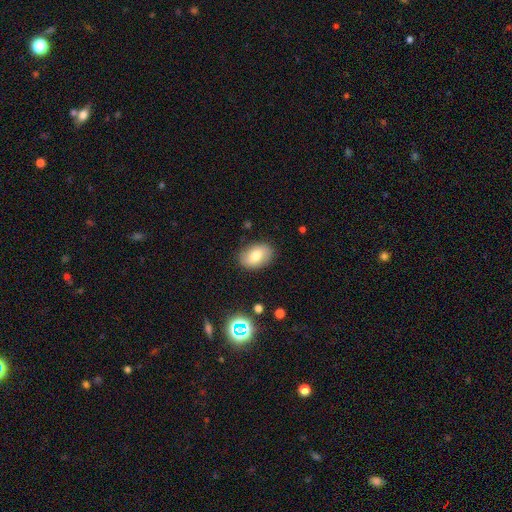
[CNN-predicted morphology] Smooth or featured: smooth — 71% (featured or disk — 19%)
How rounded: in between — 83% (round — 16%)
Merging: none — 86% (minor disturbance — 10%)